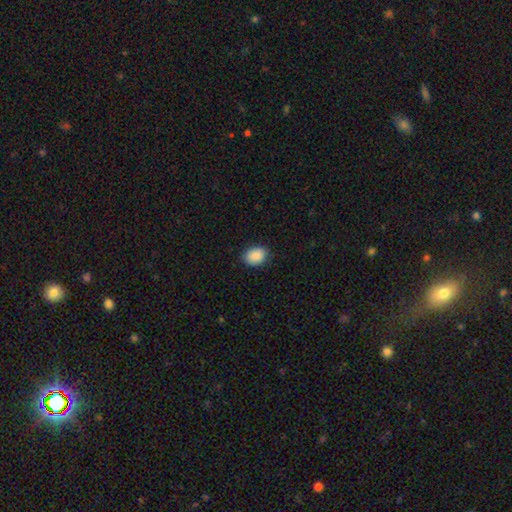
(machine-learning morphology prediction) smooth 90%, star or artifact 7%, featured or disk 3%. Down the decision tree: how rounded — in between (69%); merging — none (83%).